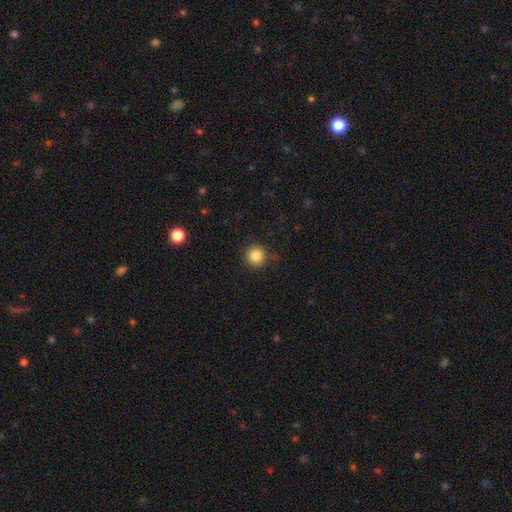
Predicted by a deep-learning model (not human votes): Q: Smooth or featured?
A: smooth (85%); runner-up: star or artifact (11%)
Q: How rounded?
A: round (94%); runner-up: in between (5%)
Q: Merging?
A: none (86%); runner-up: minor disturbance (9%)